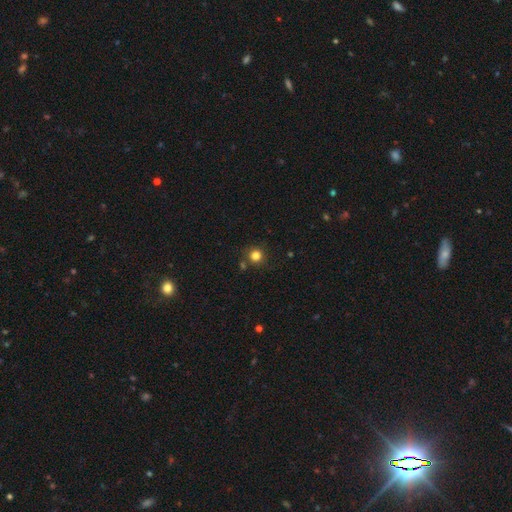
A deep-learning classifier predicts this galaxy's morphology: The model was most divided on "smooth or featured": smooth: 81%, star or artifact: 14%, featured or disk: 5%. More confident: how rounded — round (93%); merging — none (82%).